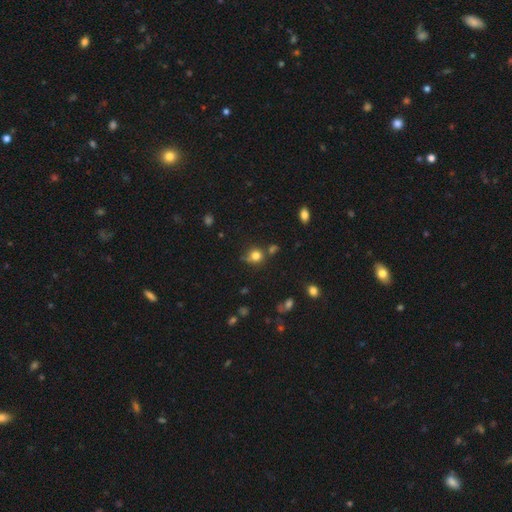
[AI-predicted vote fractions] A smooth galaxy with no disk features (79%) that is round (85%).

Vote fractions:
- Smooth or featured? smooth: 79% / star or artifact: 14% / featured or disk: 7%
- How rounded? round: 85% / in between: 14% / cigar-shaped: 1%
- Merging? none: 67% / minor disturbance: 18% / merger: 10% / major disturbance: 6%